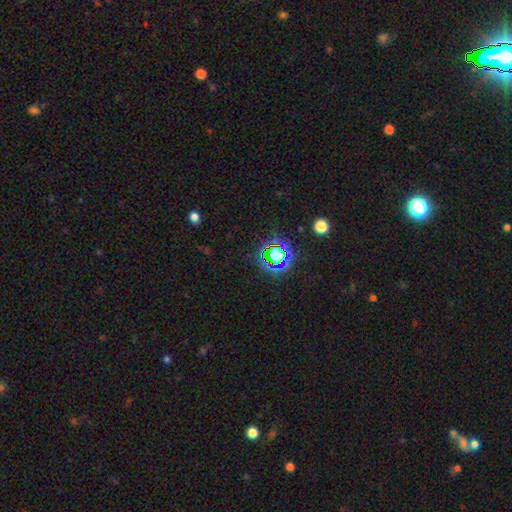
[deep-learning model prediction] smooth_or_featured: star or artifact (p=0.76) [alt: smooth p=0.15]